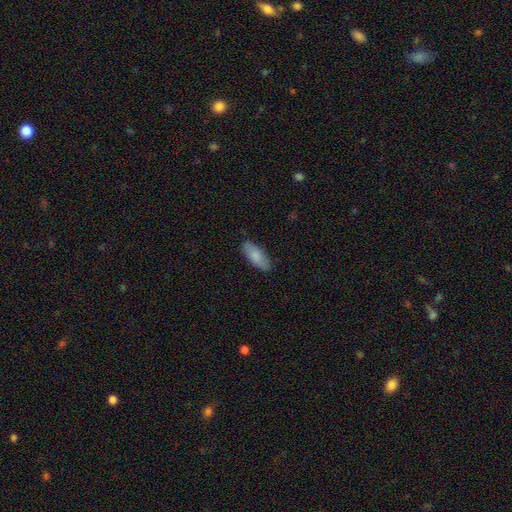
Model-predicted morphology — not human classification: smooth-or-featured: smooth: 84% | featured or disk: 11% | star or artifact: 6%
  how-rounded: in between: 79% | cigar-shaped: 19% | round: 2%
  merging: none: 85% | minor disturbance: 12% | major disturbance: 2% | merger: 1%